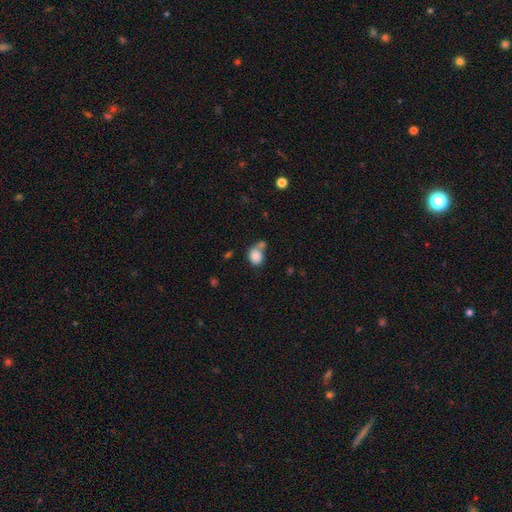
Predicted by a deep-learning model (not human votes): This is clearly a smooth galaxy (85%). How rounded: possibly round (50%). Merging: possibly none (47%).